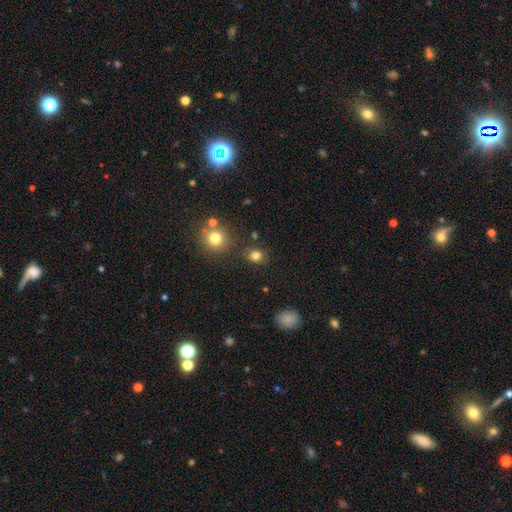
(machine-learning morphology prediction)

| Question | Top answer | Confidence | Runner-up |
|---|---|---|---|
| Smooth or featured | smooth | 81% | star or artifact (14%) |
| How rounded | round | 65% | in between (34%) |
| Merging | none | 83% | minor disturbance (10%) |